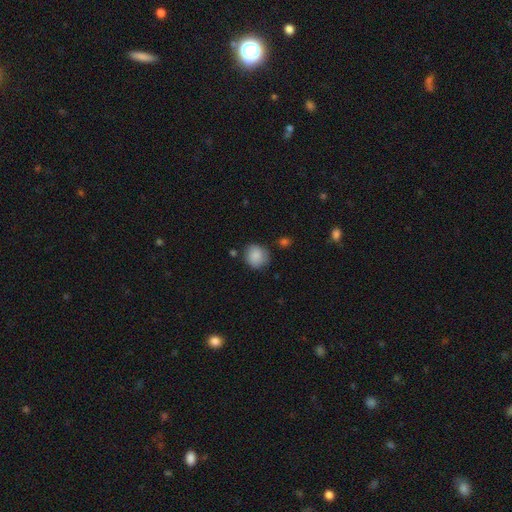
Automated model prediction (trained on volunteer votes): Overall: smooth (87%). How rounded: round (82%). Merging: none (73%).